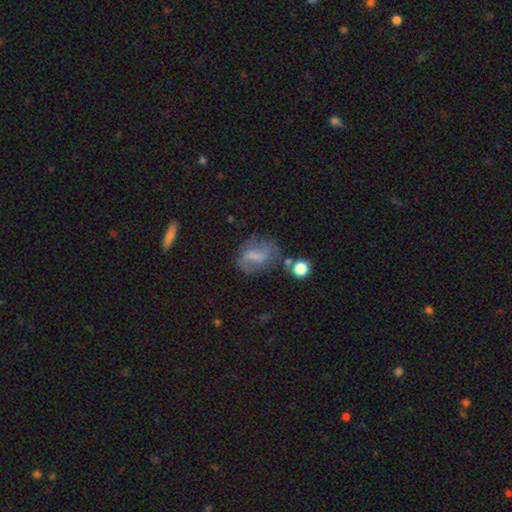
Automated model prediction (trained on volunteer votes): The model was most divided on "bar": weak: 45%, no: 29%, strong: 26%. More confident: edge-on disk — no (96%); spiral arms — yes (76%); smooth or featured — featured or disk (58%); merging — none (53%); bulge size — none (51%).